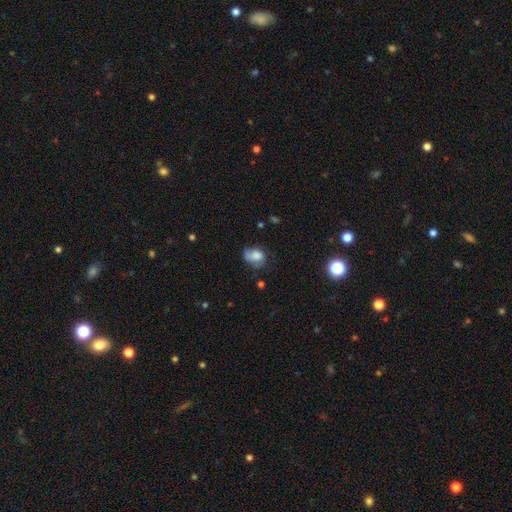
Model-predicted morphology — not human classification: This appears to be a smooth galaxy with no disk features (68%) that is in between round and cigar-shaped (64%). Merging: none (40%).